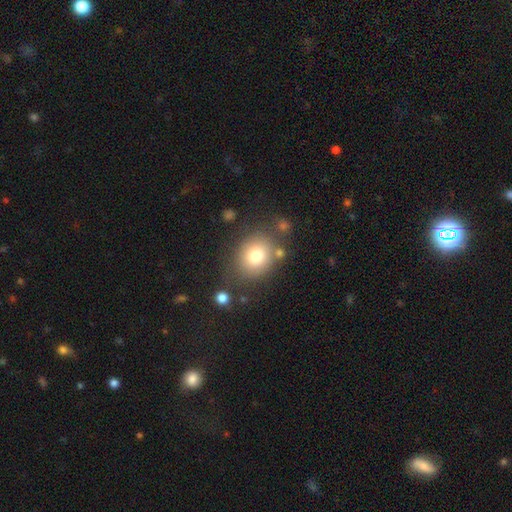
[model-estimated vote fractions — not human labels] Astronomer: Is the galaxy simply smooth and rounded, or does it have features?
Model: smooth — 78%.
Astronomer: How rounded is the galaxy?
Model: round — 66%.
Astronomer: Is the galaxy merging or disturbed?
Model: none — 73%.